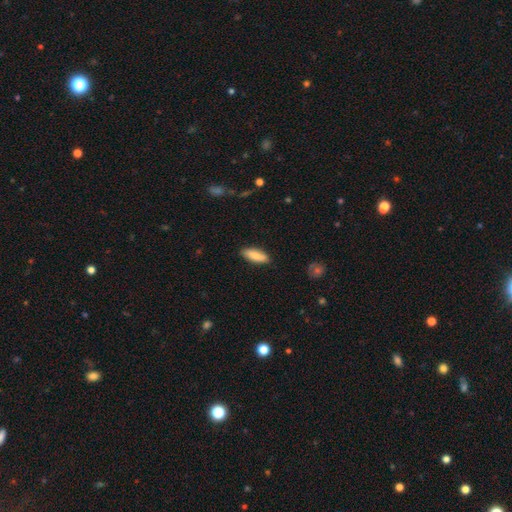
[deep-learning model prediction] smooth 86%, featured or disk 9%, star or artifact 6%. Down the decision tree: how rounded — in between (63%); merging — none (86%).